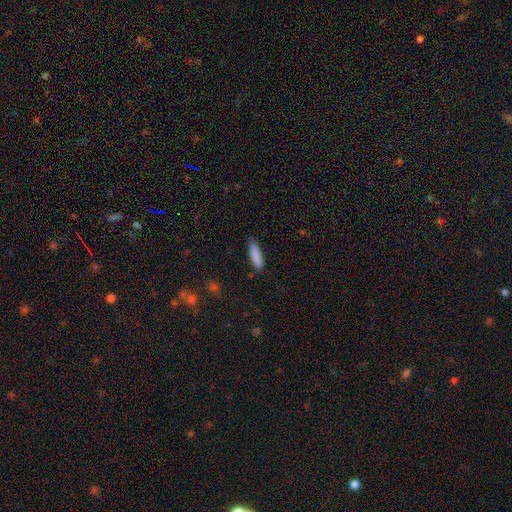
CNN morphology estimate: Smooth or featured? Predicted: smooth (p=0.88). How rounded? Predicted: cigar-shaped (p=0.63). Merging? Predicted: none (p=0.85).